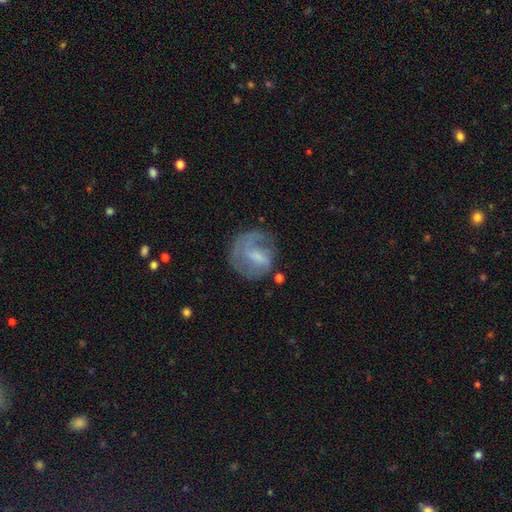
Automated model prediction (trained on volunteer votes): A featured or disk galaxy (53%) with a weak bar (46%), spiral arms (66%) and a small central bulge (34%). Merging: none (55%).